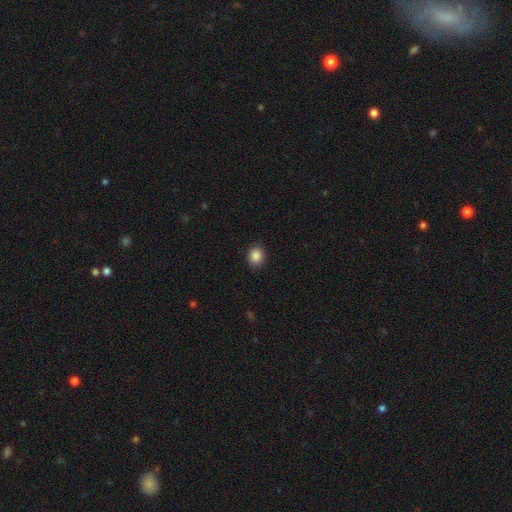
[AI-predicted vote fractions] Overall: smooth (87%). How rounded: round (63%; in between 36%). Merging: none (89%).